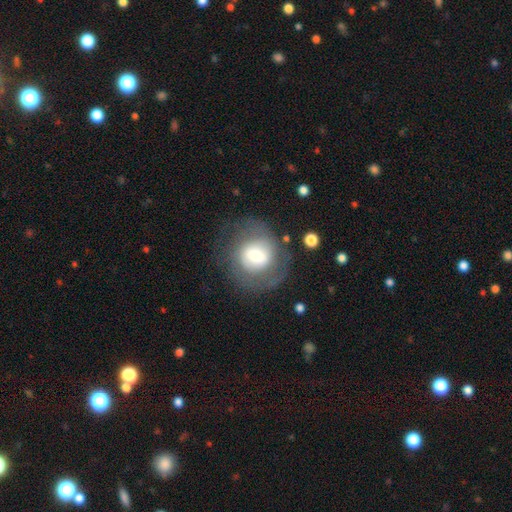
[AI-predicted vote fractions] Morphology: type=smooth (46%, tied with featured or disk); merging=none (64%).